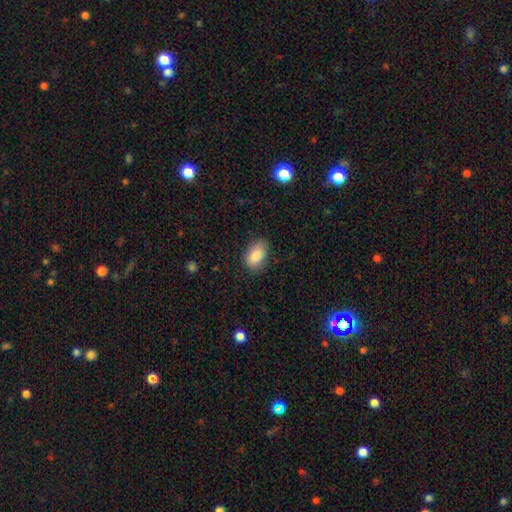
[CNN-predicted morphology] smooth 85%, star or artifact 8%, featured or disk 7%. Down the decision tree: how rounded — in between (88%); merging — none (80%).